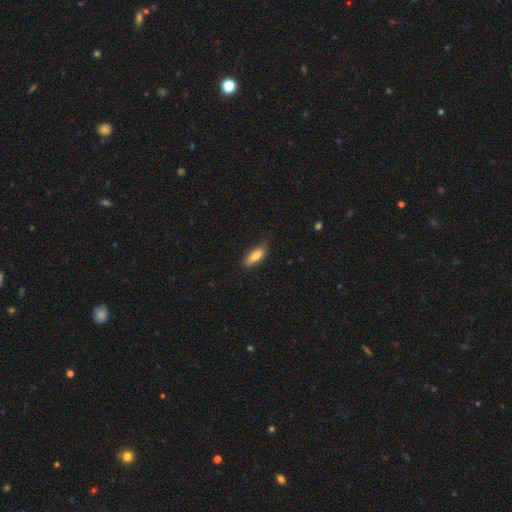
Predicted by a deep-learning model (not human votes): A smooth galaxy with no disk features (74%) that is in between round and cigar-shaped (62%). Merging: none (80%).